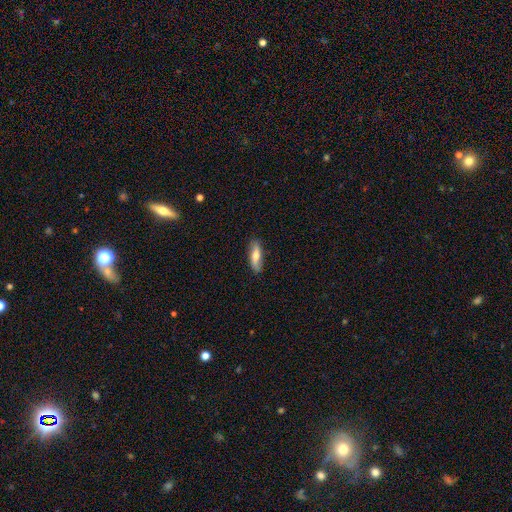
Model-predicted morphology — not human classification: smooth_or_featured: smooth (p=0.62) [alt: featured or disk p=0.32]
how_rounded: cigar-shaped (p=0.51) [alt: in between p=0.47]
merging: none (p=0.82) [alt: minor disturbance p=0.14]